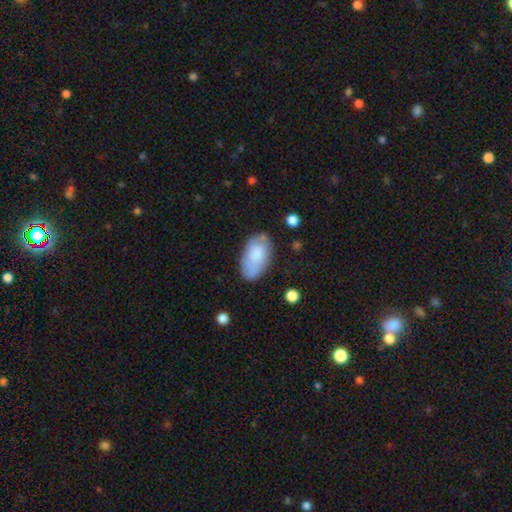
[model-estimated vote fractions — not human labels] smooth-or-featured: smooth: 76% | featured or disk: 17% | star or artifact: 7%
  how-rounded: in between: 94% | round: 4% | cigar-shaped: 2%
  merging: none: 60% | minor disturbance: 26% | major disturbance: 9% | merger: 6%